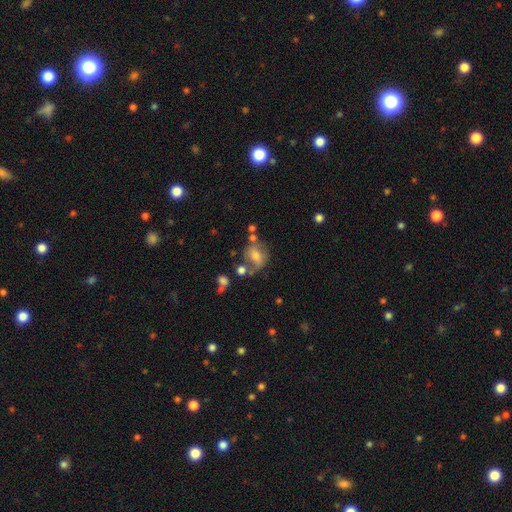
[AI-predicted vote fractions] Q: Smooth or featured?
A: smooth (58%); runner-up: featured or disk (31%)
Q: How rounded?
A: round (58%); runner-up: in between (40%)
Q: Merging?
A: none (53%); runner-up: minor disturbance (20%)